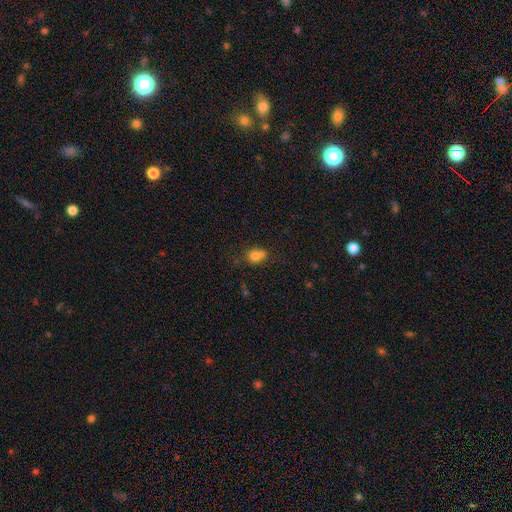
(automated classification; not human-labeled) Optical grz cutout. It shows a smooth galaxy with no disk features (76%) that is round (54%). Merging: none (42%).